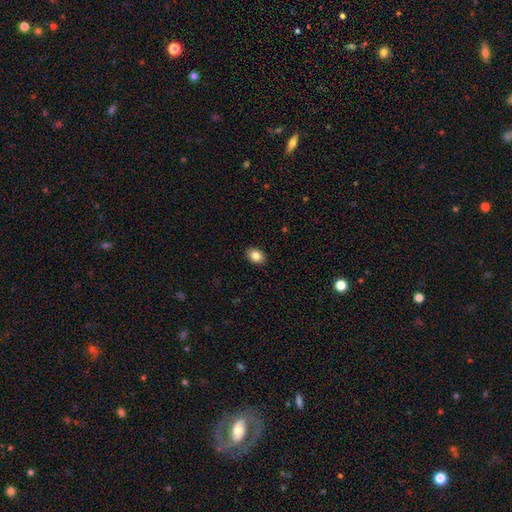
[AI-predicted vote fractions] smooth-or-featured: smooth: 85% | star or artifact: 9% | featured or disk: 6%
  how-rounded: in between: 70% | round: 29% | cigar-shaped: 1%
  merging: none: 90% | minor disturbance: 7% | major disturbance: 2% | merger: 1%